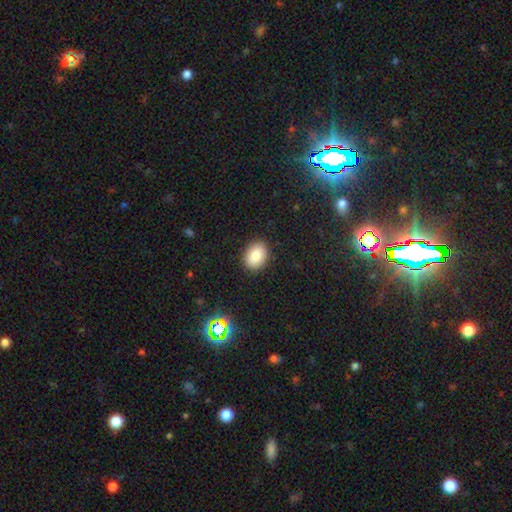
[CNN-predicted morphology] A smooth galaxy with no disk features (87%) that is in between round and cigar-shaped (70%).

Vote fractions:
- Smooth or featured? smooth: 87% / star or artifact: 8% / featured or disk: 5%
- How rounded? in between: 70% / round: 29% / cigar-shaped: 1%
- Merging? none: 88% / minor disturbance: 9% / major disturbance: 2% / merger: 1%